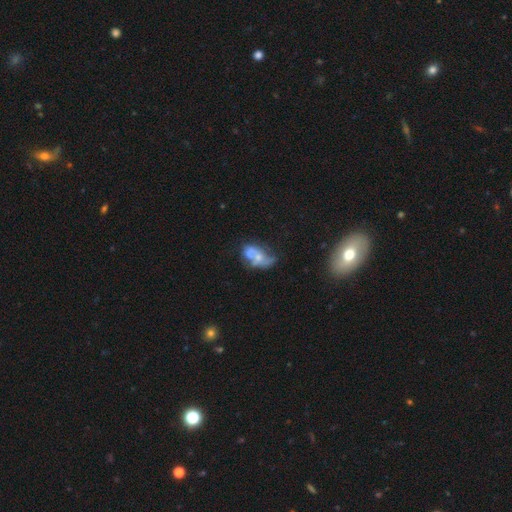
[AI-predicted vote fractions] featured or disk 54%, smooth 37%, star or artifact 10%. Down the decision tree: edge-on disk — no (96%); bar — no (83%); spiral arms — no (65%); bulge size — small (41%); merging — major disturbance (28%, tied with none).